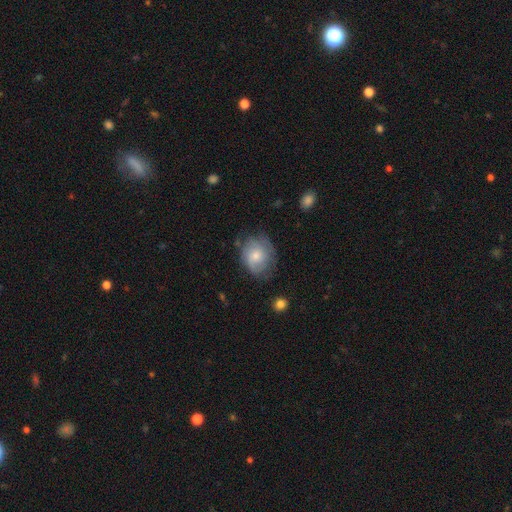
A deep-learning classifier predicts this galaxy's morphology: Q: Smooth or featured?
A: smooth (57%); runner-up: featured or disk (36%)
Q: How rounded?
A: round (62%); runner-up: in between (37%)
Q: Merging?
A: none (60%); runner-up: minor disturbance (27%)